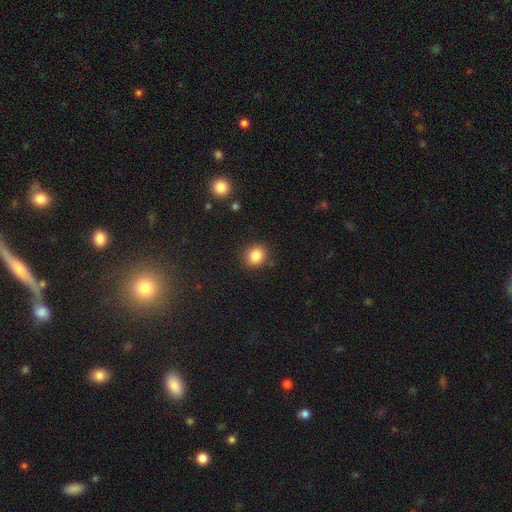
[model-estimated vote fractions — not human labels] smooth-or-featured: smooth: 85% | star or artifact: 10% | featured or disk: 5%
  how-rounded: round: 77% | in between: 22% | cigar-shaped: 1%
  merging: none: 87% | minor disturbance: 9% | major disturbance: 3% | merger: 2%